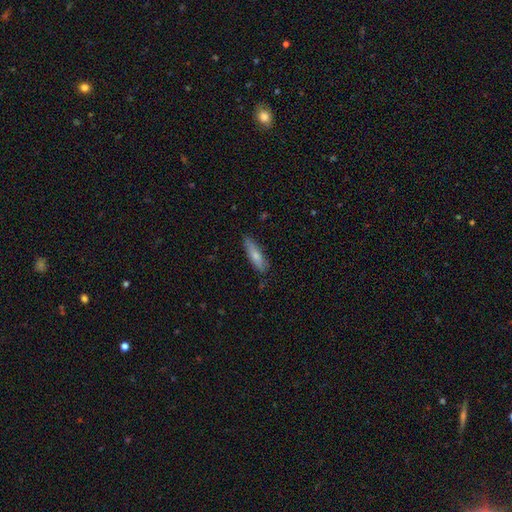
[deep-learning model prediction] A smooth galaxy with no disk features (70%) that is cigar-shaped (65%). Merging: none (81%).